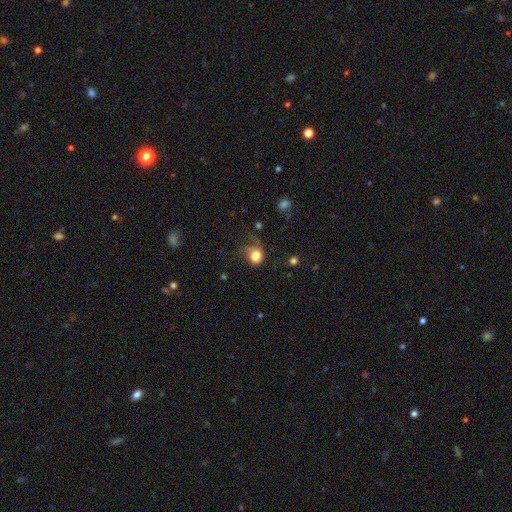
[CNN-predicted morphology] smooth 72%, featured or disk 18%, star or artifact 10%. Down the decision tree: how rounded — round (68%); merging — none (36%, tied with major disturbance).